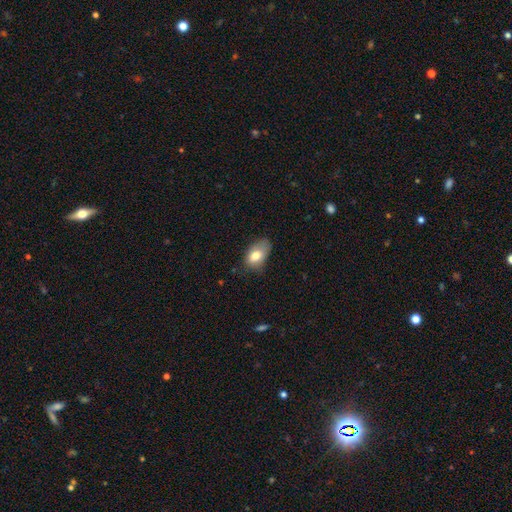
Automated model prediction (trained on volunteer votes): Smooth or featured? Predicted: smooth (p=0.75). How rounded? Predicted: in between (p=0.90). Merging? Predicted: none (p=0.53).